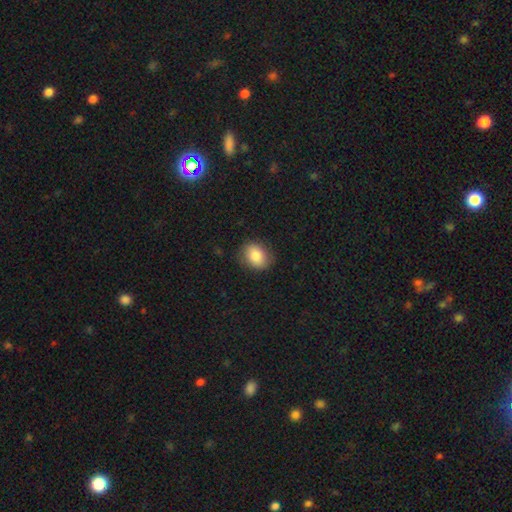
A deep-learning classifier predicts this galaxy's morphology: Smooth or featured? Predicted: smooth (p=0.83). How rounded? Predicted: in between (p=0.59). Merging? Predicted: none (p=0.83).